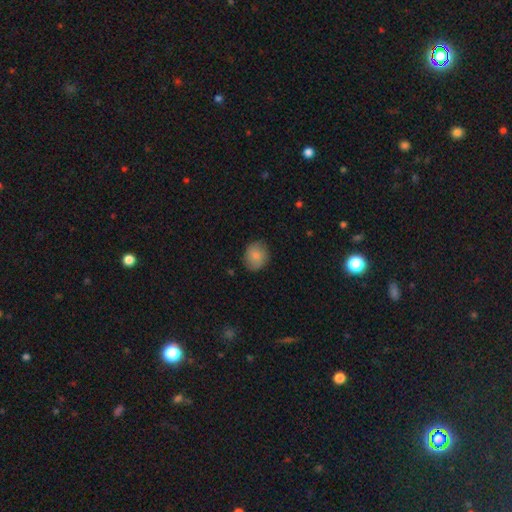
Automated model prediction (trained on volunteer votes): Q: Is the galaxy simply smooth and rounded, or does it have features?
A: smooth — 83%.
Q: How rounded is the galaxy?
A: round — 72%.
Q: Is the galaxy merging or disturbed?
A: none — 83%.